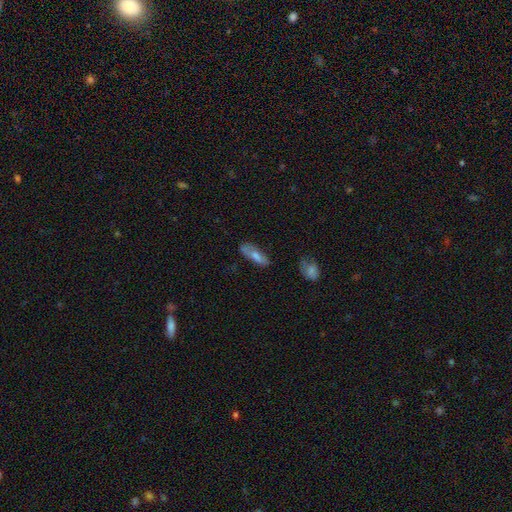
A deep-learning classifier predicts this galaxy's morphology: smooth_or_featured: smooth (p=0.56) [alt: featured or disk p=0.35]
how_rounded: in between (p=0.53) [alt: cigar-shaped p=0.44]
merging: none (p=0.72) [alt: minor disturbance p=0.20]